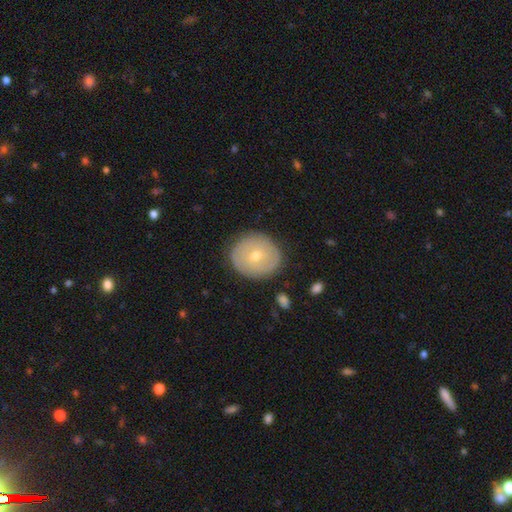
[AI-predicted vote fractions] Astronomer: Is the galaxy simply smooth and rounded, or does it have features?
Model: smooth — 46%, tied with featured or disk at 46%.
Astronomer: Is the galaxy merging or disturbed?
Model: none — 86%.